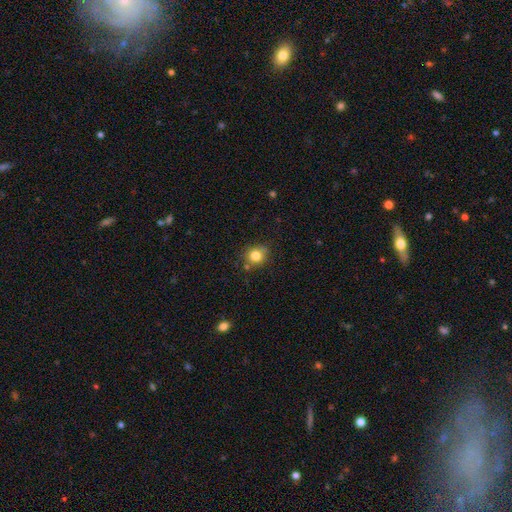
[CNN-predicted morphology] smooth-or-featured: smooth: 82% | star or artifact: 11% | featured or disk: 7%
  how-rounded: round: 79% | in between: 20% | cigar-shaped: 1%
  merging: none: 75% | minor disturbance: 16% | merger: 5% | major disturbance: 4%